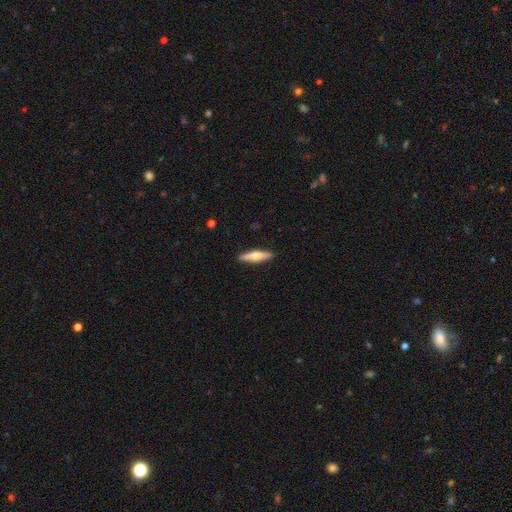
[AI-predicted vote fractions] Smooth or featured? featured or disk (49%)
Merging? none (91%)